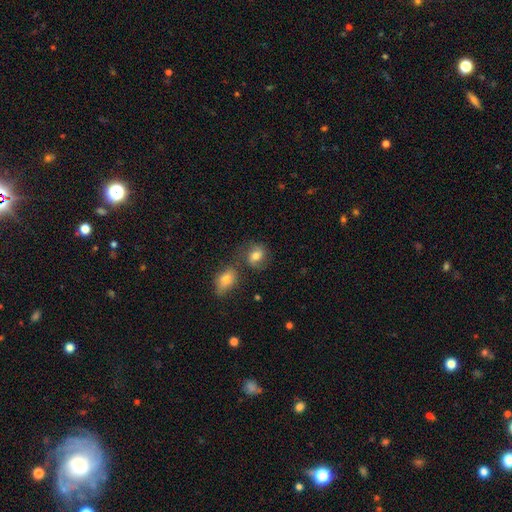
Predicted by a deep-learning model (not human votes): smooth_or_featured: smooth (p=0.63) [alt: featured or disk p=0.27]
how_rounded: in between (p=0.50) [alt: round p=0.48]
merging: none (p=0.58) [alt: merger p=0.20]